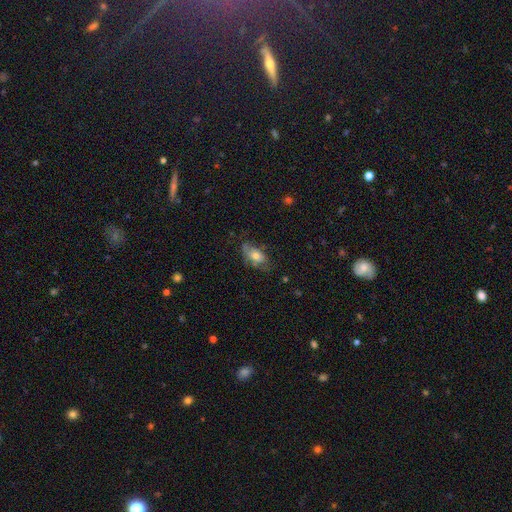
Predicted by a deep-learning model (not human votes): Smooth or featured? Predicted: smooth (p=0.57). How rounded? Predicted: in between (p=0.89). Merging? Predicted: none (p=0.54).